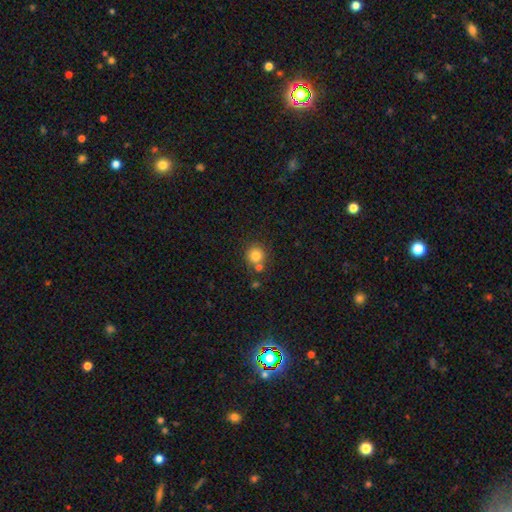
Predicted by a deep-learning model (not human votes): A smooth galaxy with no disk features (81%) that is round (91%). Merging: none (68%).